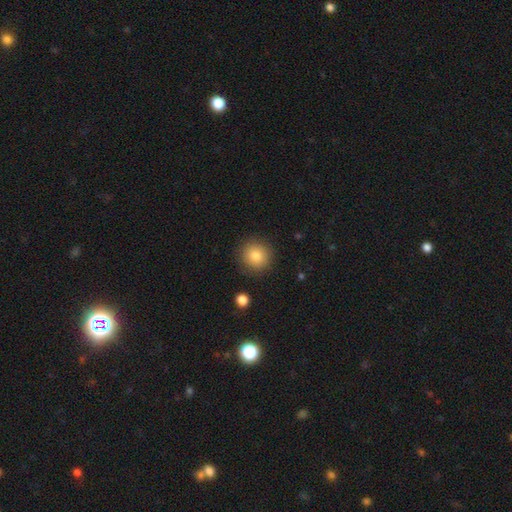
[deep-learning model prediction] Overall: smooth (83%). How rounded: round (90%). Merging: none (88%).